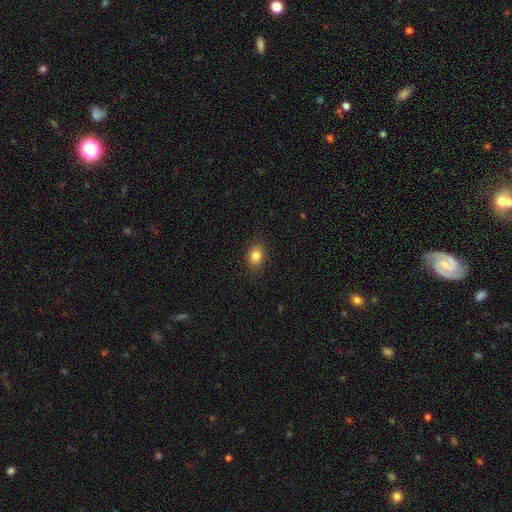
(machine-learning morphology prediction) Smooth or featured? Predicted: smooth (p=0.84). How rounded? Predicted: in between (p=0.66). Merging? Predicted: none (p=0.85).